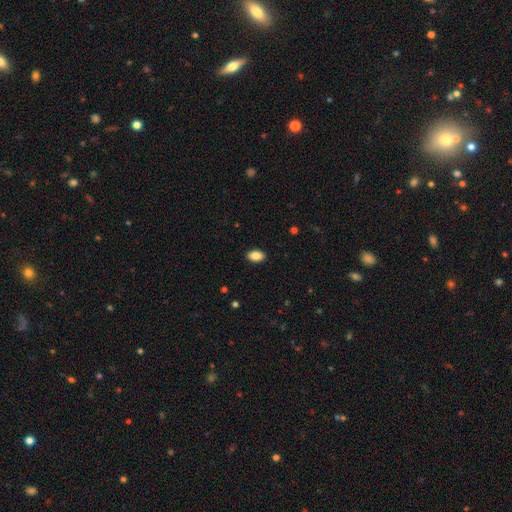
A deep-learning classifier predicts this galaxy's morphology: Smooth or featured? smooth (86%)
How rounded? in between (89%)
Merging? none (90%)